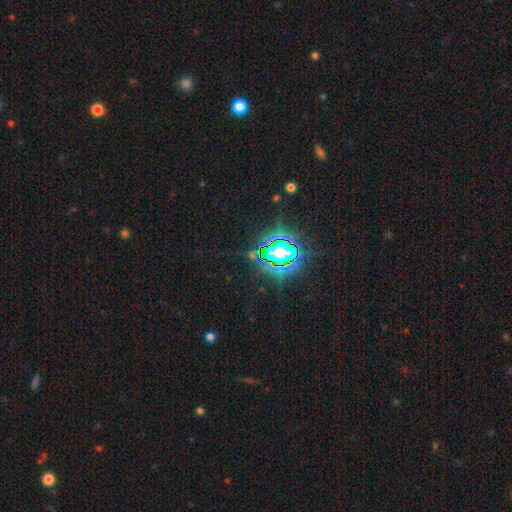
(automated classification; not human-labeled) star or artifact 80%, smooth 12%, featured or disk 8%.